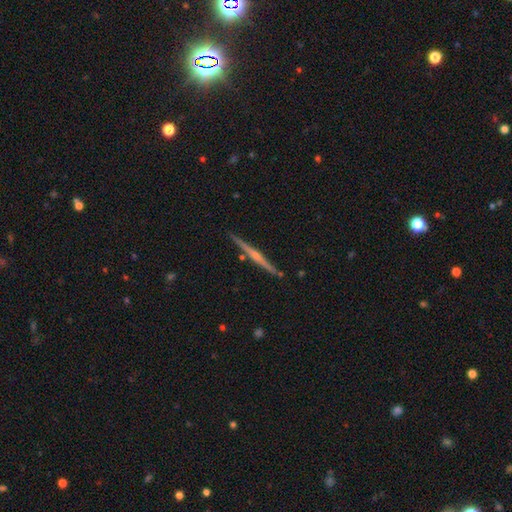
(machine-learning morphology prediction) Smooth or featured? featured or disk (76%)
Edge-on disk? yes (98%)
Edge-on bulge? rounded (65%)
Merging? none (89%)